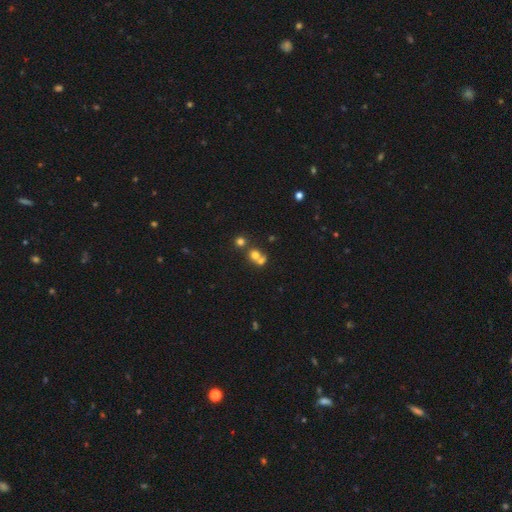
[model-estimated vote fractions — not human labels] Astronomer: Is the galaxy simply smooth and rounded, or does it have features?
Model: smooth — 67%.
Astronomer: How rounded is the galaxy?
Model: round — 80%.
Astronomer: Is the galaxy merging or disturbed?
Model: merger — 51% (runner-up: none, 39%).